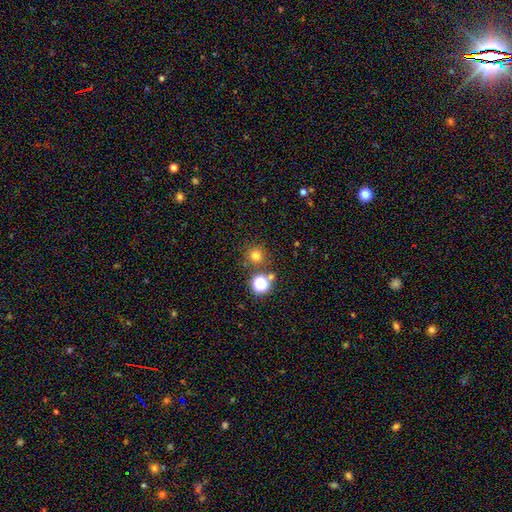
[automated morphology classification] smooth_or_featured: smooth (p=0.74) [alt: star or artifact p=0.20]
how_rounded: round (p=0.94) [alt: in between p=0.05]
merging: none (p=0.81) [alt: merger p=0.09]